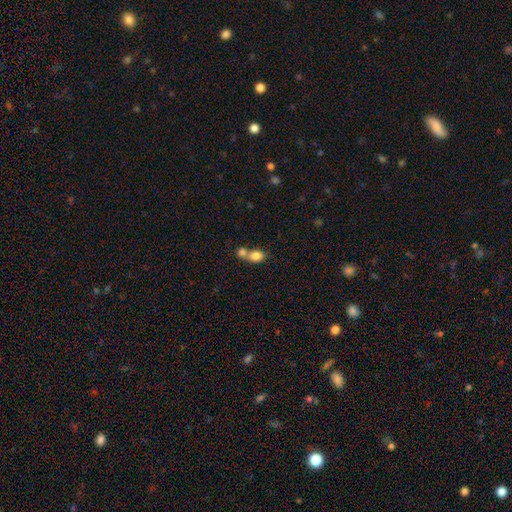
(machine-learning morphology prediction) This is clearly a smooth galaxy (81%). How rounded: possibly in between (59%). Merging: likely merger (65%).